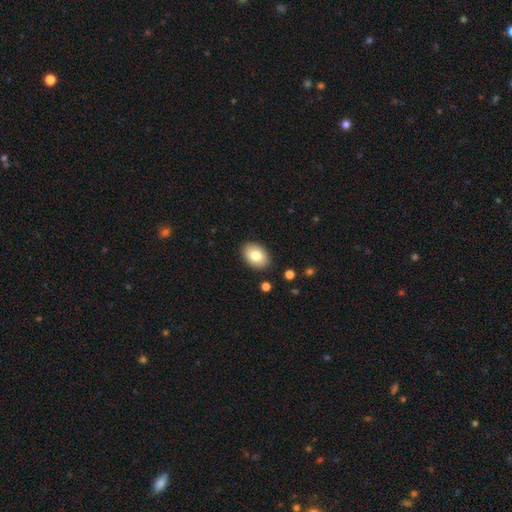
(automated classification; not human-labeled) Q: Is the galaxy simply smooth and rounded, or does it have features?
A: smooth — 81%.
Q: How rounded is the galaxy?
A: in between — 86%.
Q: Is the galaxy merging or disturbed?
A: none — 89%.